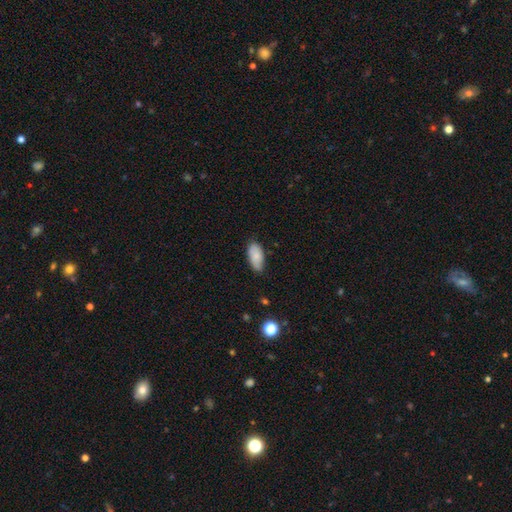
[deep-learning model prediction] A smooth galaxy with no disk features (83%) that is in between round and cigar-shaped (92%).

Vote fractions:
- Smooth or featured? smooth: 83% / featured or disk: 10% / star or artifact: 7%
- How rounded? in between: 92% / cigar-shaped: 6% / round: 2%
- Merging? none: 75% / minor disturbance: 21% / major disturbance: 3% / merger: 1%